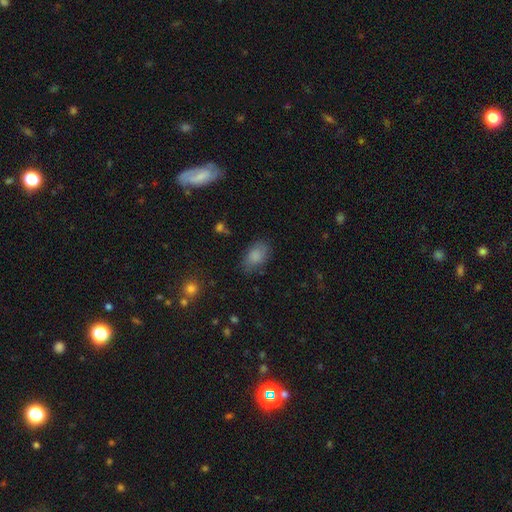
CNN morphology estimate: Smooth or featured? Predicted: smooth (p=0.84). How rounded? Predicted: in between (p=0.90). Merging? Predicted: none (p=0.75).